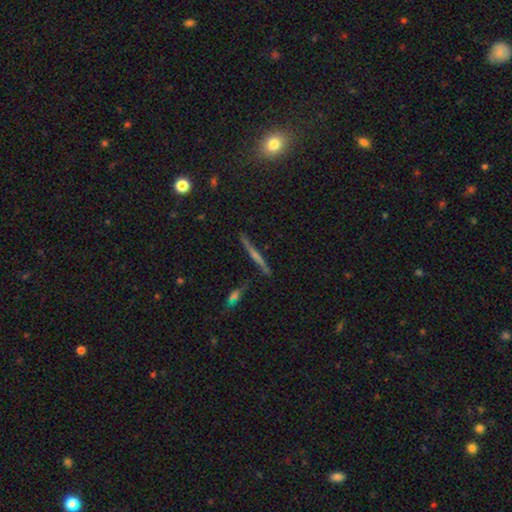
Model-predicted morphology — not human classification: Smooth or featured? Predicted: featured or disk (p=0.62). Edge-on disk? Predicted: yes (p=0.96). Edge-on bulge? Predicted: rounded (p=0.48). Merging? Predicted: none (p=0.84).